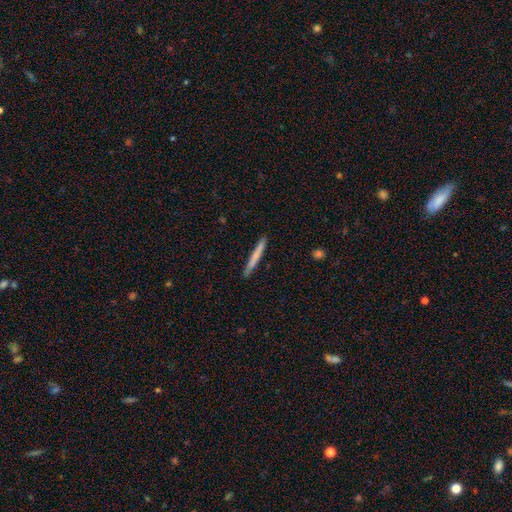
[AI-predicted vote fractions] This is likely a smooth galaxy (70%). How rounded: clearly cigar-shaped (97%). Merging: clearly none (91%).